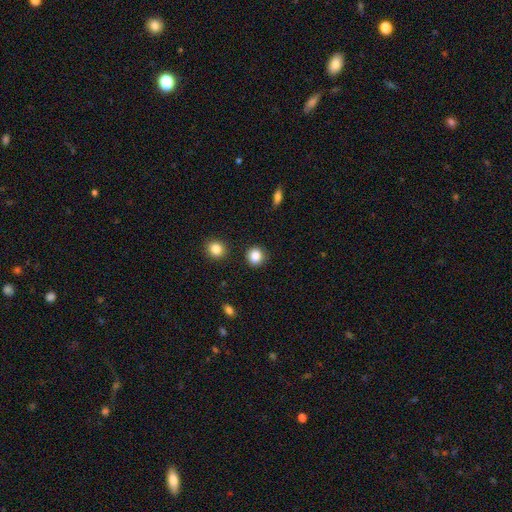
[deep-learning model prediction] smooth 86%, star or artifact 10%, featured or disk 4%. Down the decision tree: how rounded — round (89%); merging — none (89%).